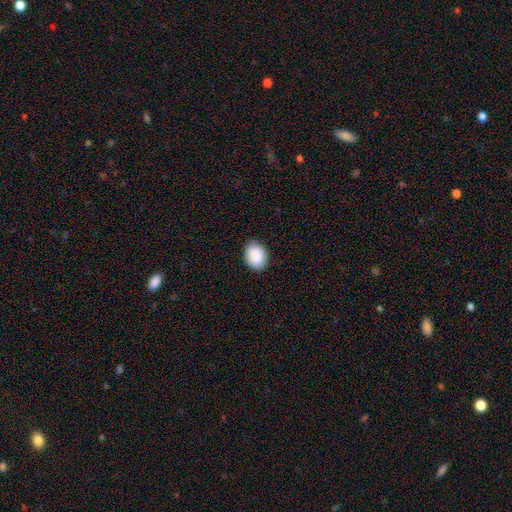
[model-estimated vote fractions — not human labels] smooth-or-featured: smooth: 90% | star or artifact: 7% | featured or disk: 4%
  how-rounded: in between: 69% | round: 30% | cigar-shaped: 1%
  merging: none: 87% | minor disturbance: 10% | major disturbance: 2% | merger: 1%